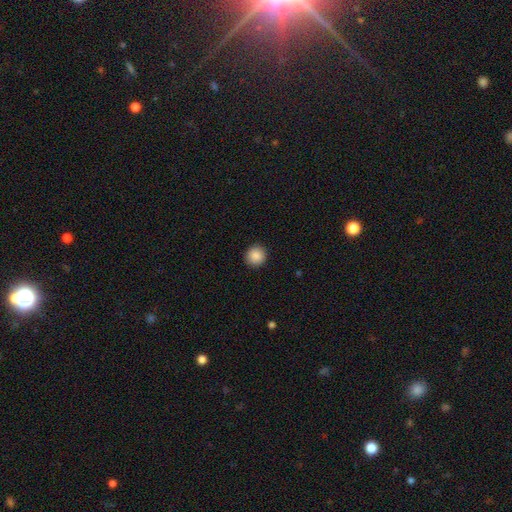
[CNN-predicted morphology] smooth 88%, star or artifact 9%, featured or disk 3%. Down the decision tree: how rounded — round (93%); merging — none (92%).